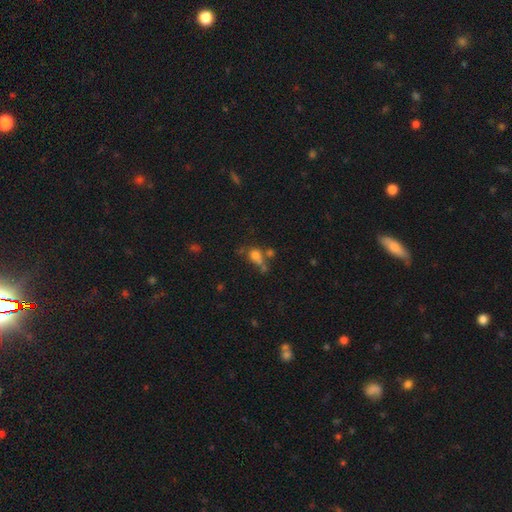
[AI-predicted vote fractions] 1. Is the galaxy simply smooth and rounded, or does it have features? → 67% smooth, 18% star or artifact, 15% featured or disk.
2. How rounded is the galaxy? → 60% round, 38% in between, 2% cigar-shaped.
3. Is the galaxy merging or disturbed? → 40% merger, 36% none, 13% minor disturbance, 10% major disturbance.